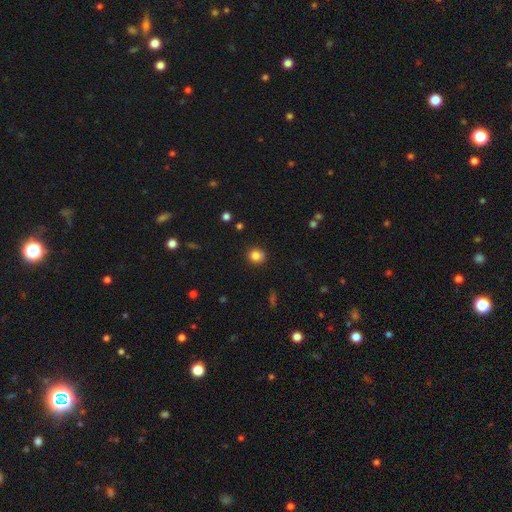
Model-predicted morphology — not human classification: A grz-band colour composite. It shows a smooth galaxy with no disk features (83%) that is round (85%). Merging: none (88%).